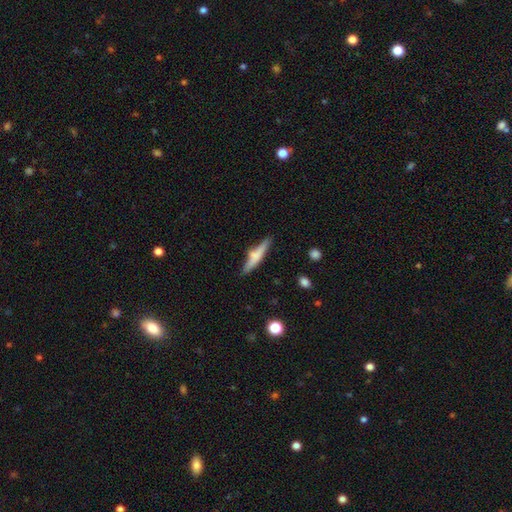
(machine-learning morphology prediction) type=smooth (54%); roundness=cigar-shaped (87%); merging=none (73%).